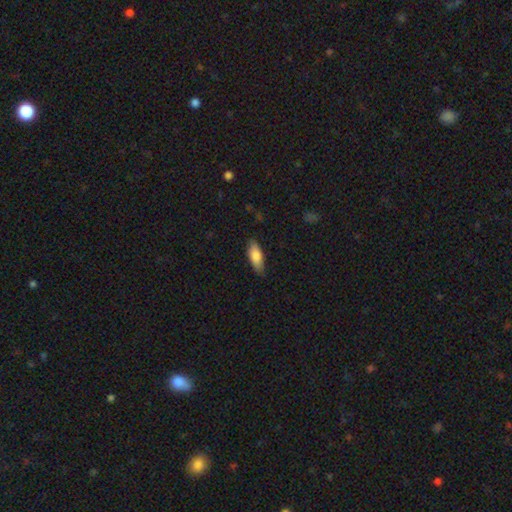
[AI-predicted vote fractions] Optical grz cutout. It shows a smooth galaxy with no disk features (82%) that is in between round and cigar-shaped (72%). Merging: none (80%).